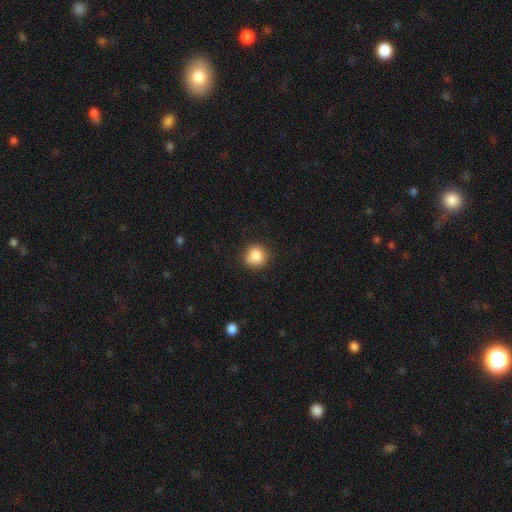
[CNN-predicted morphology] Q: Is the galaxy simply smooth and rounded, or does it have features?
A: smooth — 86%.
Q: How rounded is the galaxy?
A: round — 87%.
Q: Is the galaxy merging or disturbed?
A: none — 76%.